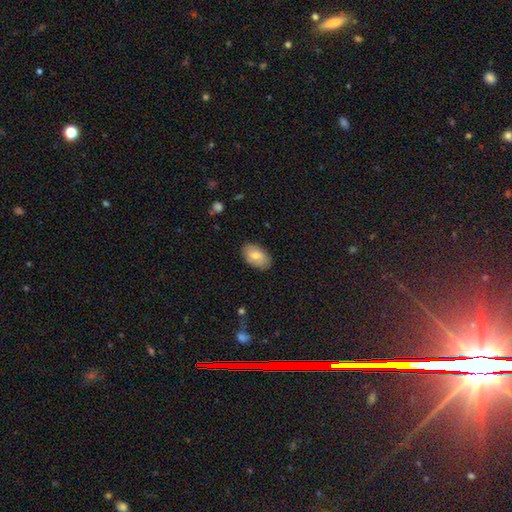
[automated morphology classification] Smooth or featured? Predicted: smooth (p=0.78). How rounded? Predicted: in between (p=0.94). Merging? Predicted: none (p=0.83).